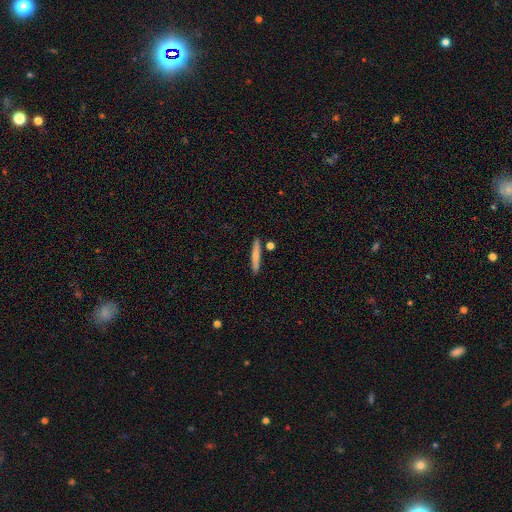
smooth_or_featured: smooth (p=0.65) [alt: featured or disk p=0.25]
how_rounded: cigar-shaped (p=0.96) [alt: round p=0.04]
merging: none (p=0.86) [alt: minor disturbance p=0.08]